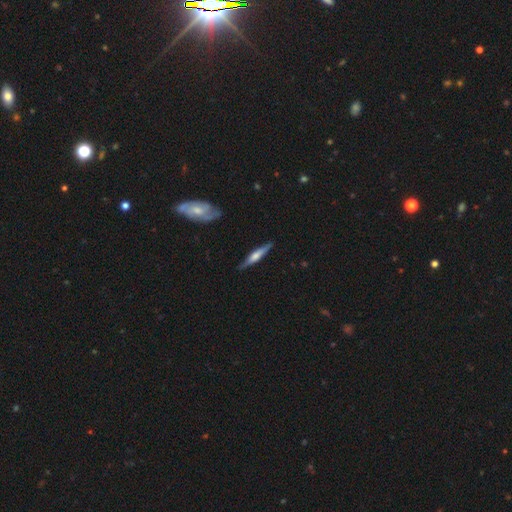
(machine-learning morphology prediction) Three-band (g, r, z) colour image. It shows a featured or disk galaxy (61%) viewed edge-on (95%) with a rounded central bulge (72%). Merging: none (86%).